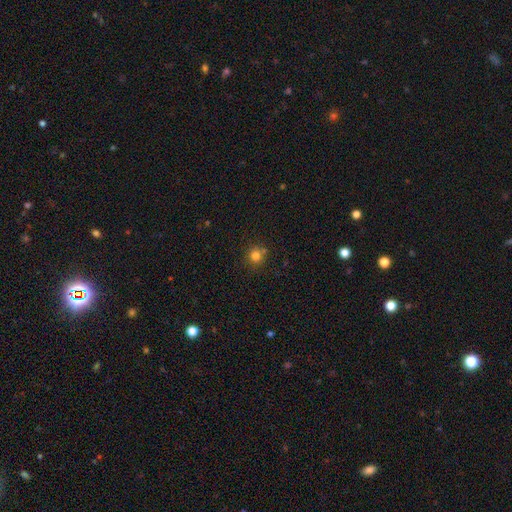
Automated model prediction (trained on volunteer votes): Overall: smooth (80%). How rounded: round (92%). Merging: none (77%).